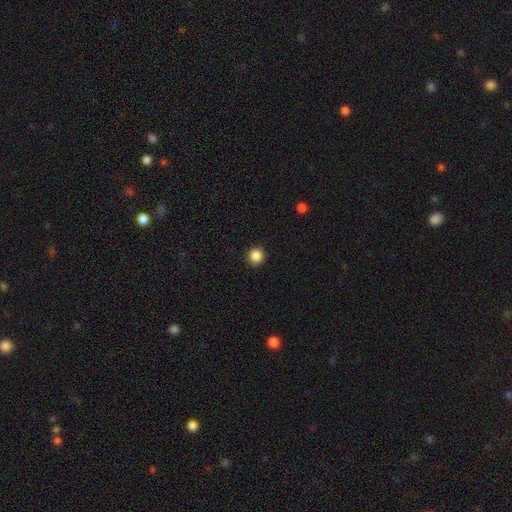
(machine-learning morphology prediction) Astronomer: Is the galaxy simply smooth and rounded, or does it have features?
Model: smooth — 87%.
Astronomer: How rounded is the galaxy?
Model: round — 94%.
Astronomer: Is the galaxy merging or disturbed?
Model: none — 92%.